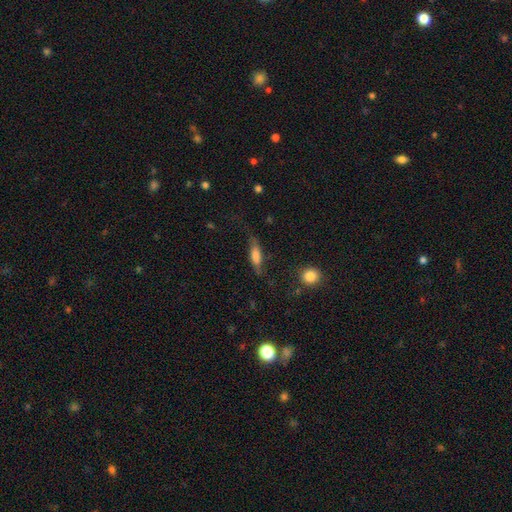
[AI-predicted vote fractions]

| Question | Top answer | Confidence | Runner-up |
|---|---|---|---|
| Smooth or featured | smooth | 60% | featured or disk (31%) |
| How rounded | in between | 52% | cigar-shaped (44%) |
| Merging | none | 58% | minor disturbance (25%) |